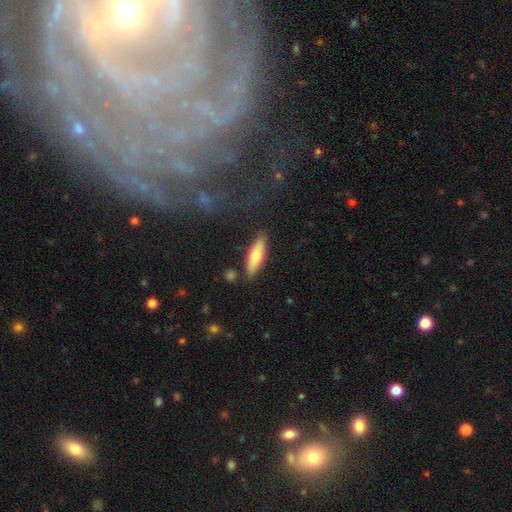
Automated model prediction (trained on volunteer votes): Smooth or featured? smooth (69%)
How rounded? cigar-shaped (59%)
Merging? none (84%)